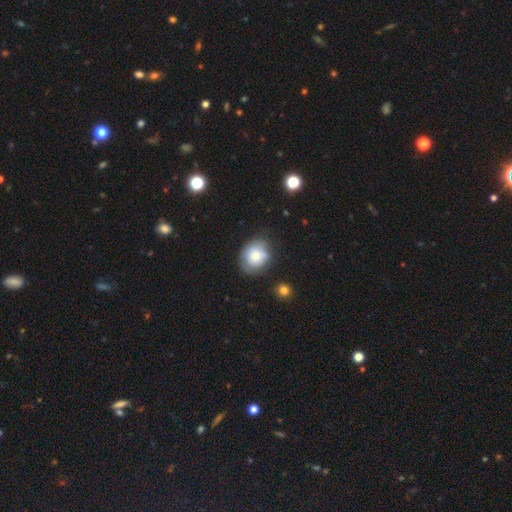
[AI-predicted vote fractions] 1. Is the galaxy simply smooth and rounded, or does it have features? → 71% smooth, 20% featured or disk, 8% star or artifact.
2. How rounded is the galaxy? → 58% round, 41% in between, 1% cigar-shaped.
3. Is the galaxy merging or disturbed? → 63% none, 26% minor disturbance, 8% major disturbance, 4% merger.